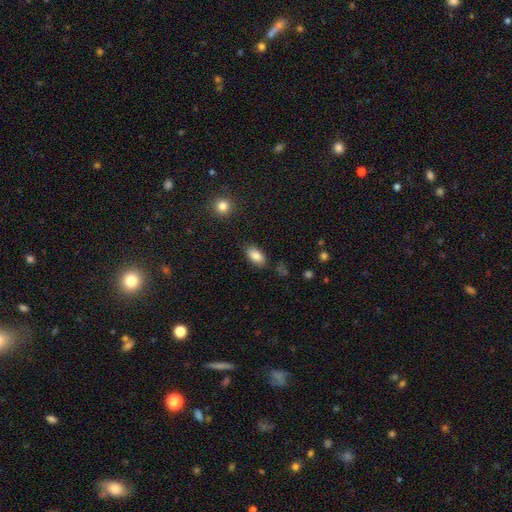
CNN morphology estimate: Smooth or featured: smooth — 84% (featured or disk — 8%)
How rounded: in between — 92% (round — 5%)
Merging: none — 82% (minor disturbance — 12%)